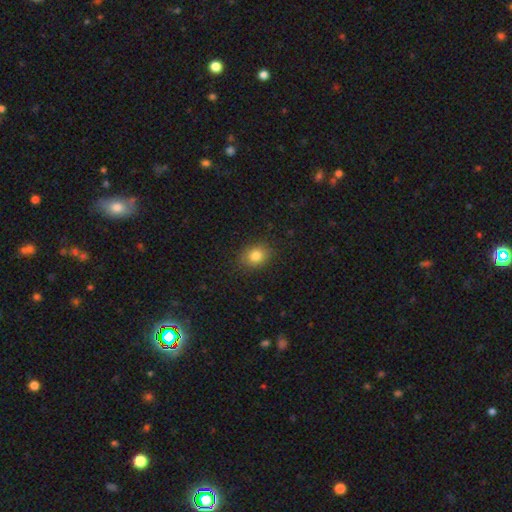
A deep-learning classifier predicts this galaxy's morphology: Smooth or featured: smooth — 82% (star or artifact — 10%)
How rounded: in between — 52% (round — 47%)
Merging: none — 86% (minor disturbance — 11%)